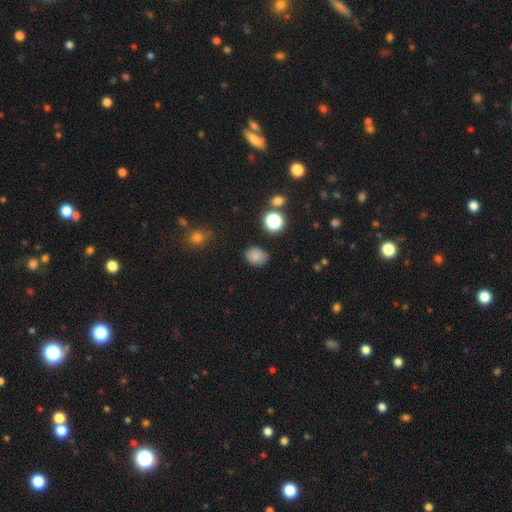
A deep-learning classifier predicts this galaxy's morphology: smooth 81%, star or artifact 13%, featured or disk 5%. Down the decision tree: how rounded — in between (54%); merging — none (78%).